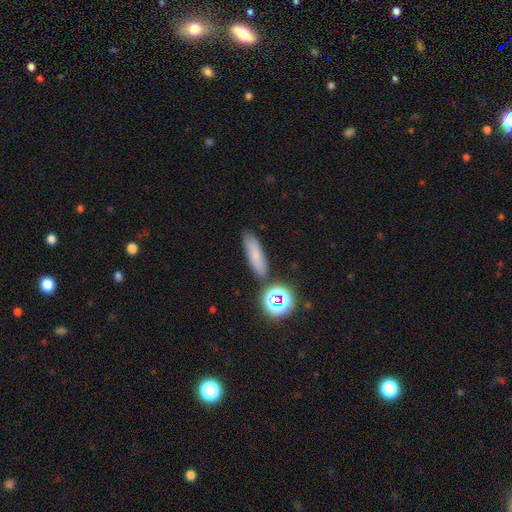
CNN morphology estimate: Smooth or featured? smooth (71%)
How rounded? cigar-shaped (53%)
Merging? none (82%)